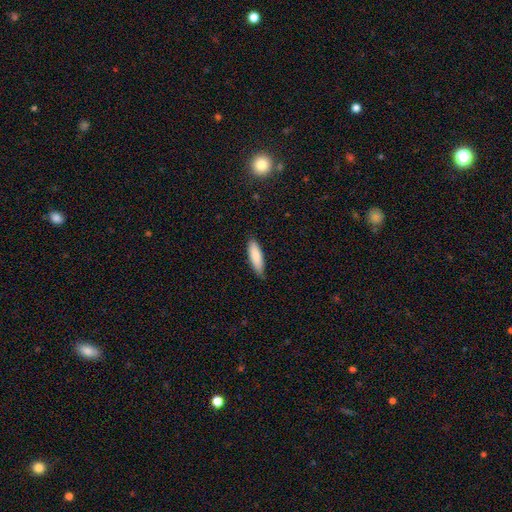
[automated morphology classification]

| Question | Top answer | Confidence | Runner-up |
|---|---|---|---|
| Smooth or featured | smooth | 85% | featured or disk (10%) |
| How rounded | cigar-shaped | 55% | in between (44%) |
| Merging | none | 82% | minor disturbance (15%) |